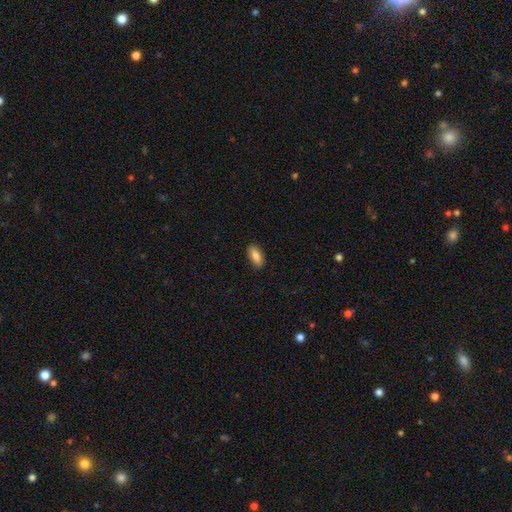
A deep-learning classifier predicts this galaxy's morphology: Smooth or featured? Predicted: smooth (p=0.84). How rounded? Predicted: in between (p=0.85). Merging? Predicted: none (p=0.88).